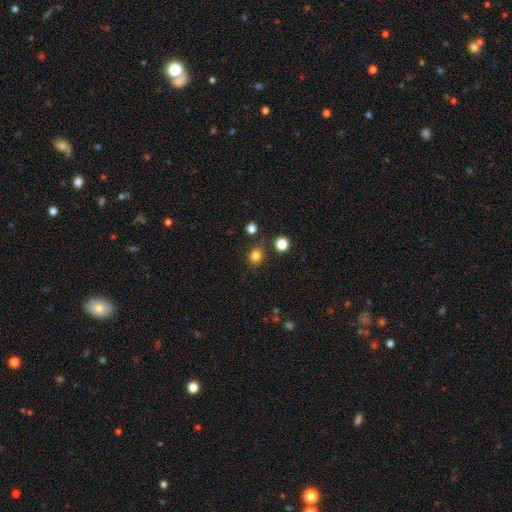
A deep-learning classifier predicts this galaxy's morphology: A smooth galaxy with no disk features (80%) that is round (65%). Merging: none (79%).